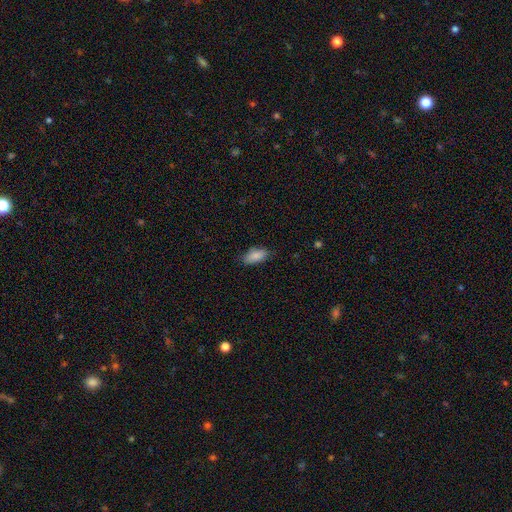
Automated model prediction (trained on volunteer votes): This appears to be a smooth galaxy with no disk features (87%) that is in between round and cigar-shaped (89%). Merging: none (78%).